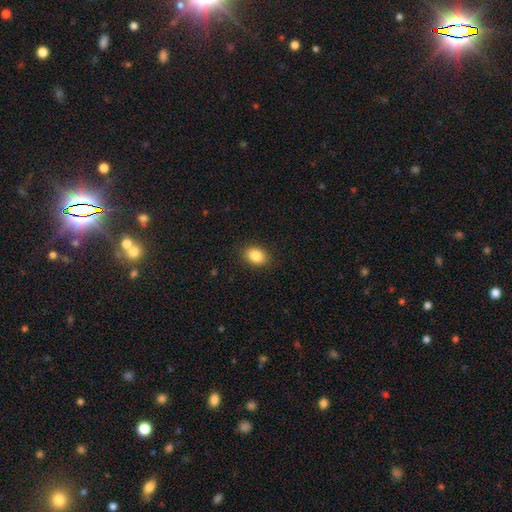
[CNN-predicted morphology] Overall: smooth (86%). How rounded: in between (72%). Merging: none (88%).